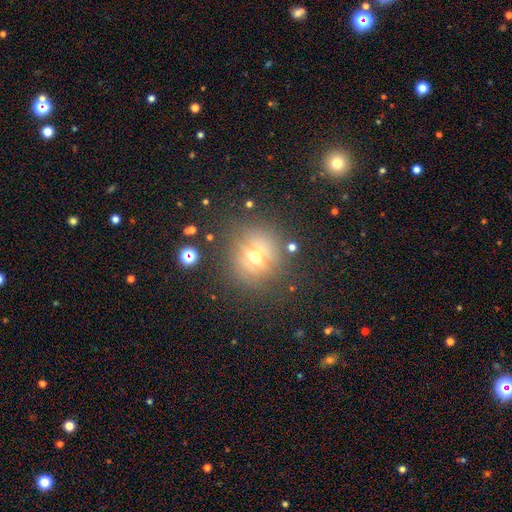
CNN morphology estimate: The model was most divided on "smooth or featured": smooth: 49%, featured or disk: 28%, star or artifact: 24%. More confident: merging — none (77%).